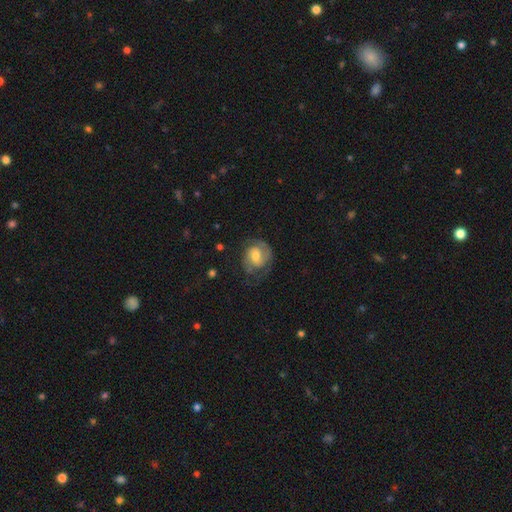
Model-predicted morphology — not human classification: A featured or disk galaxy (63%) with a weak bar (47%), 2 (67%) medium (42%) spiral arms (86%) and a moderate central bulge (59%).

Vote fractions:
- Smooth or featured? featured or disk: 63% / smooth: 30% / star or artifact: 7%
- Edge-on disk? no: 97% / yes: 3%
- Bar? weak: 47% / no: 40% / strong: 13%
- Spiral arms? yes: 86% / no: 14%
- Spiral winding? medium: 42% / tight: 41% / loose: 16%
- Spiral arm count? 2: 67% / can't tell: 16% / 1: 12% / 3: 3% / 4: 1% / more than 4: 1%
- Bulge size? moderate: 59% / small: 28% / large: 9% / none: 3% / dominant: 1%
- Merging? none: 59% / minor disturbance: 23% / major disturbance: 16% / merger: 2%